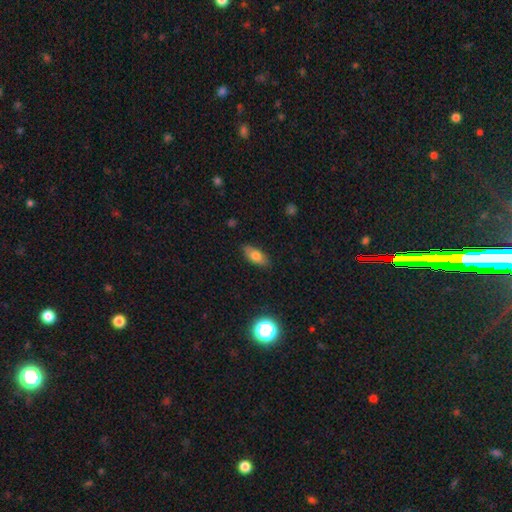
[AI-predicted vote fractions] smooth_or_featured: smooth (p=0.72) [alt: featured or disk p=0.18]
how_rounded: in between (p=0.83) [alt: cigar-shaped p=0.12]
merging: none (p=0.84) [alt: minor disturbance p=0.12]